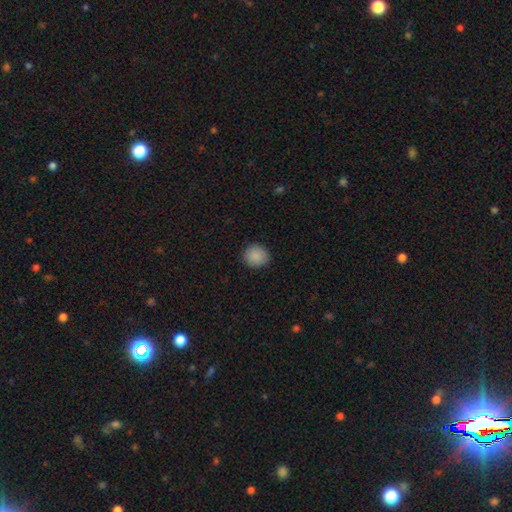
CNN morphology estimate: A smooth galaxy with no disk features (89%) that is round (86%).

Vote fractions:
- Smooth or featured? smooth: 89% / star or artifact: 8% / featured or disk: 3%
- How rounded? round: 86% / in between: 13% / cigar-shaped: 1%
- Merging? none: 89% / minor disturbance: 8% / major disturbance: 2% / merger: 1%